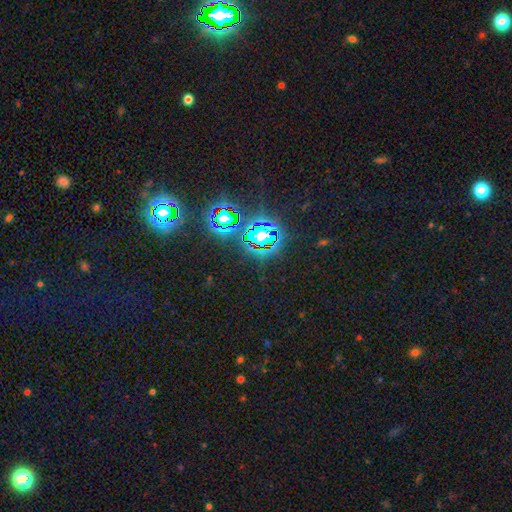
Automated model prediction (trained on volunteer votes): Overall: star or artifact (80%).